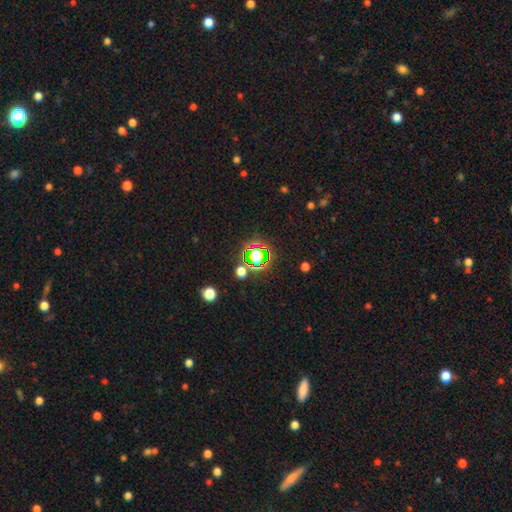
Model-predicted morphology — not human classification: This is possibly a star or artifact rather than a galaxy (56%).